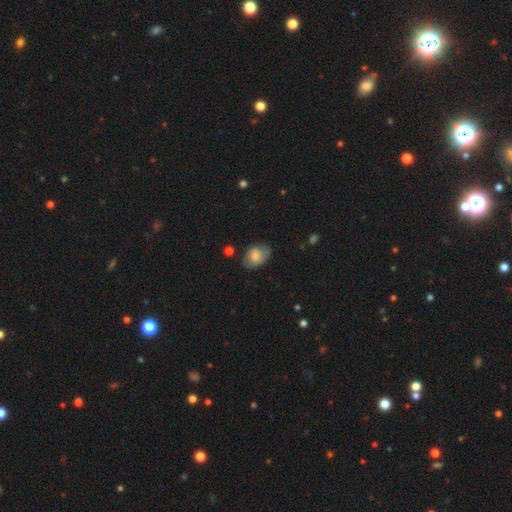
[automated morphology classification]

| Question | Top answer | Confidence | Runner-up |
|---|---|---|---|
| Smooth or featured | smooth | 72% | featured or disk (20%) |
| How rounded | in between | 79% | round (20%) |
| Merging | none | 67% | minor disturbance (25%) |